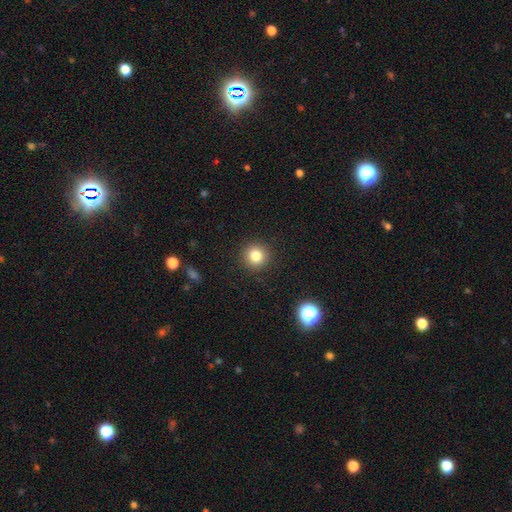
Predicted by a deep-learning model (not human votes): Morphology: type=smooth (82%); roundness=round (93%); merging=none (91%).